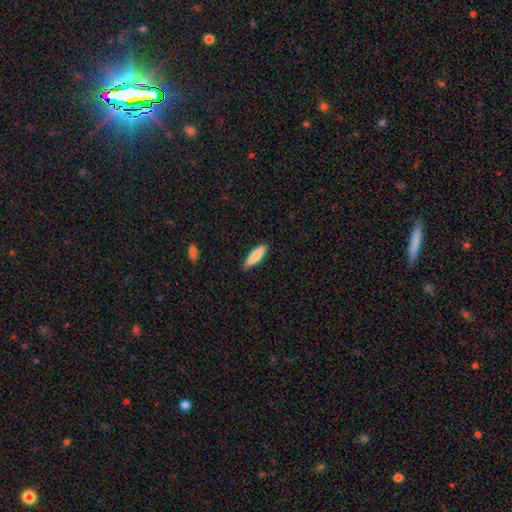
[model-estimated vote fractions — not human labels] smooth-or-featured: smooth: 82% | featured or disk: 12% | star or artifact: 6%
  how-rounded: cigar-shaped: 62% | in between: 37% | round: 1%
  merging: none: 83% | minor disturbance: 13% | major disturbance: 2% | merger: 1%